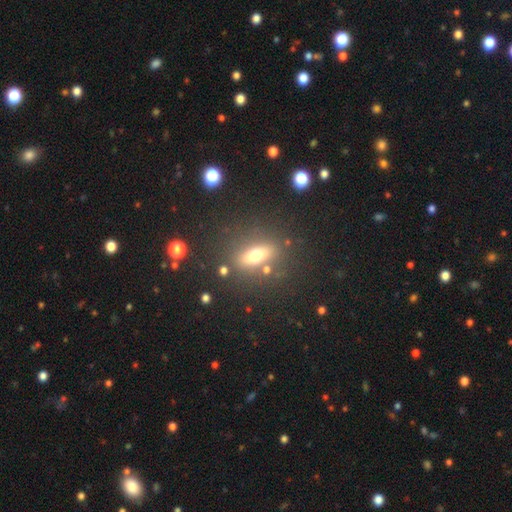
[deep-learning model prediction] The model was most divided on "smooth or featured": smooth: 60%, featured or disk: 26%, star or artifact: 14%. More confident: merging — none (77%); how rounded — in between (64%).